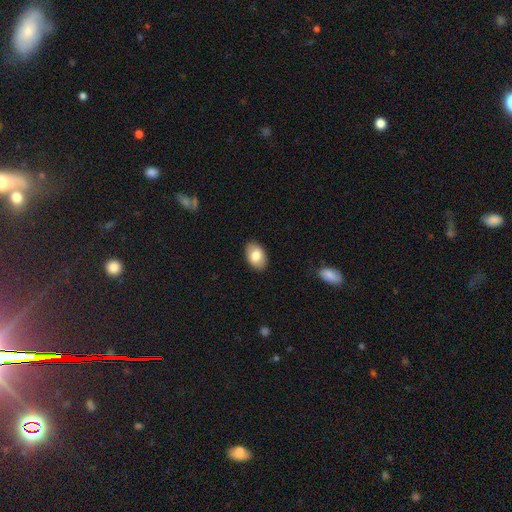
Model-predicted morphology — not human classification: Smooth or featured: smooth — 79% (featured or disk — 15%)
How rounded: in between — 90% (round — 9%)
Merging: none — 87% (minor disturbance — 10%)